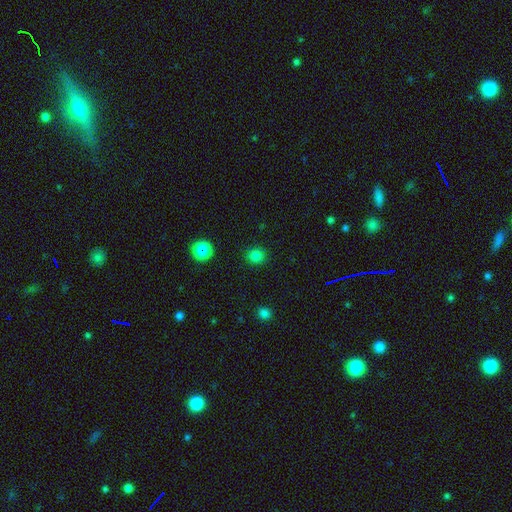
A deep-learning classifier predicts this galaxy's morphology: smooth 81%, star or artifact 15%, featured or disk 4%. Down the decision tree: how rounded — round (86%); merging — none (90%).